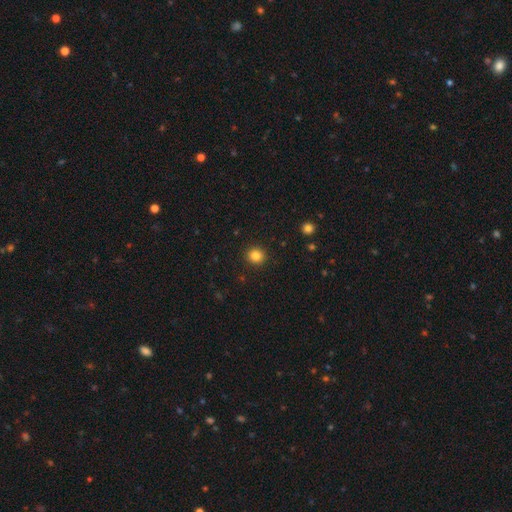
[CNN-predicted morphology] The model was most divided on "smooth or featured": smooth: 83%, star or artifact: 12%, featured or disk: 5%. More confident: merging — none (92%); how rounded — round (91%).